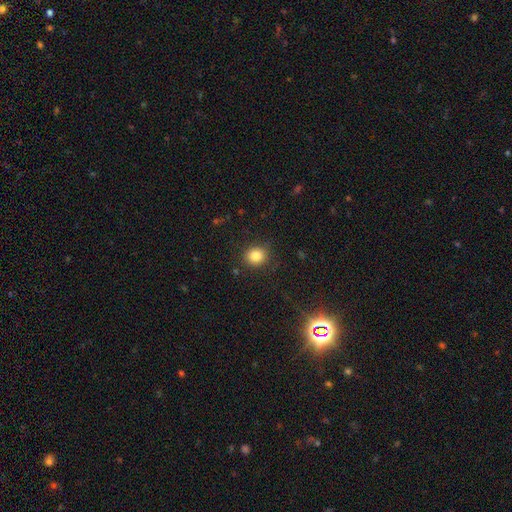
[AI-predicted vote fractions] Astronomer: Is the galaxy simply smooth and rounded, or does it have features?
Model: smooth — 83%.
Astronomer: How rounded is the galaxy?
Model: round — 79%.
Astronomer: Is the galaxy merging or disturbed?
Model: none — 87%.